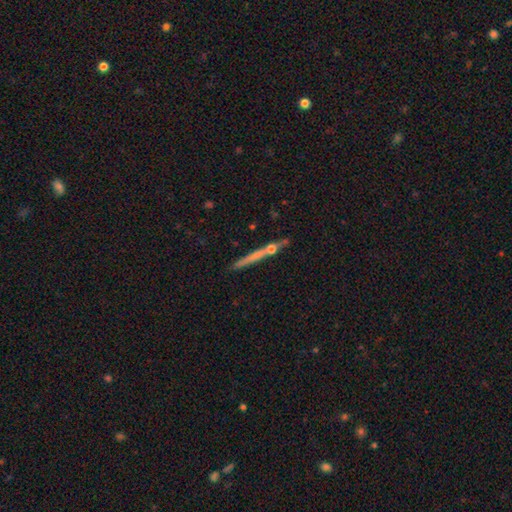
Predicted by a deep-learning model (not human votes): The model was most divided on "smooth or featured": featured or disk: 48%, smooth: 43%, star or artifact: 9%. More confident: merging — none (77%).